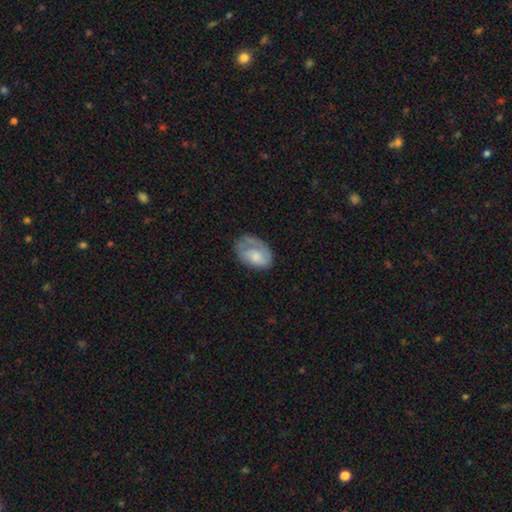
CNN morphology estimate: type=smooth (55%); roundness=in between (85%); merging=none (50%).